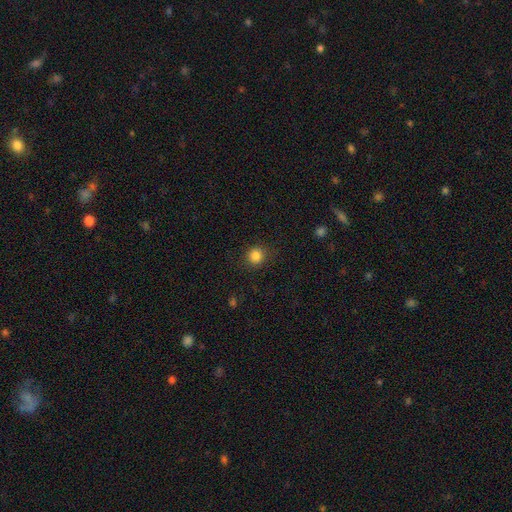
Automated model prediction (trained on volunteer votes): A smooth galaxy with no disk features (84%) that is round (90%).

Vote fractions:
- Smooth or featured? smooth: 84% / star or artifact: 12% / featured or disk: 4%
- How rounded? round: 90% / in between: 9% / cigar-shaped: 1%
- Merging? none: 88% / minor disturbance: 8% / major disturbance: 3% / merger: 1%